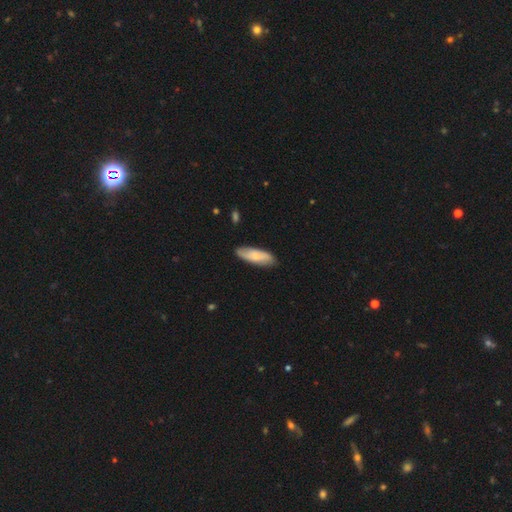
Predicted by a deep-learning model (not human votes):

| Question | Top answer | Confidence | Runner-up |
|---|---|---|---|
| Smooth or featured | smooth | 72% | featured or disk (23%) |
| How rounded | in between | 60% | cigar-shaped (38%) |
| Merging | none | 83% | minor disturbance (13%) |